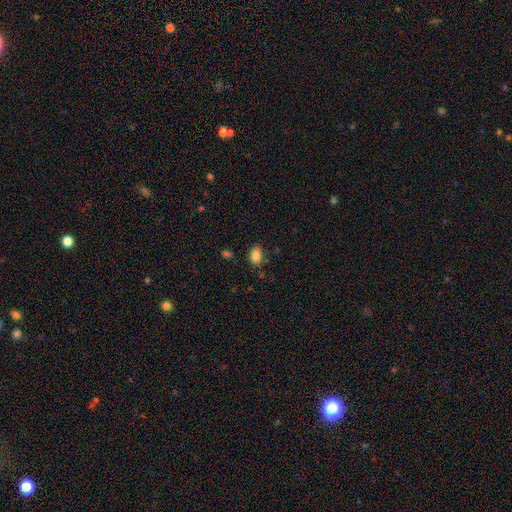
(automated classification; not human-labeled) smooth 83%, star or artifact 10%, featured or disk 6%. Down the decision tree: how rounded — in between (67%); merging — none (78%).